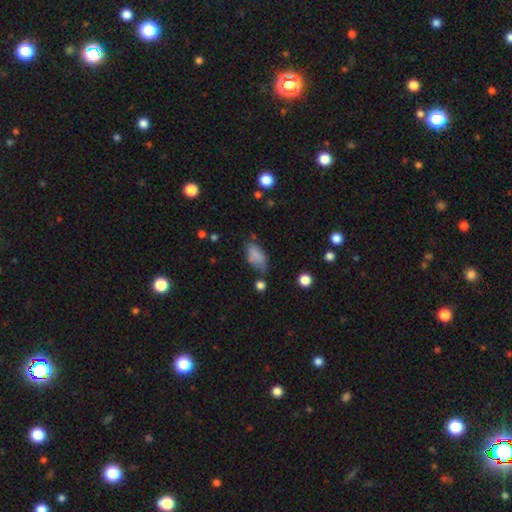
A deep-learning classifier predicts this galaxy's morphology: smooth 81%, featured or disk 10%, star or artifact 9%. Down the decision tree: how rounded — in between (91%); merging — none (55%).